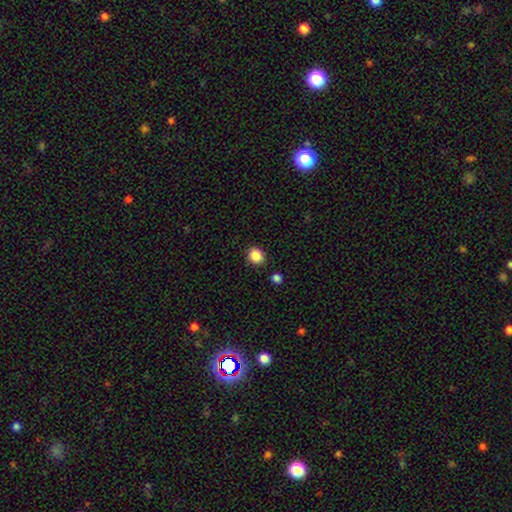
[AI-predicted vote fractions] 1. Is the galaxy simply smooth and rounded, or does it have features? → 87% smooth, 10% star or artifact, 3% featured or disk.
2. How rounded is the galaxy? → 76% round, 23% in between, 1% cigar-shaped.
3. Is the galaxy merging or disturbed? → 87% none, 8% minor disturbance, 3% merger, 2% major disturbance.